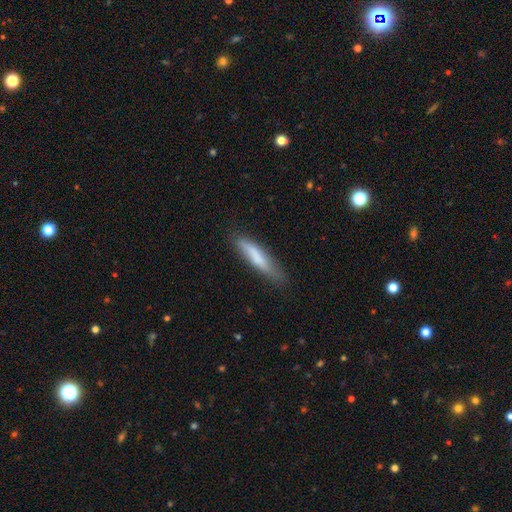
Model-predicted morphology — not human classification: smooth 71%, featured or disk 22%, star or artifact 7%. Down the decision tree: how rounded — cigar-shaped (85%); merging — none (73%).